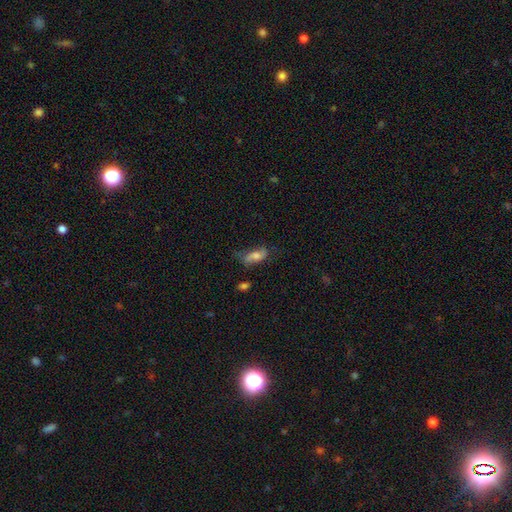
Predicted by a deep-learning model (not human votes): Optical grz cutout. It shows a smooth galaxy with no disk features (49%). Merging: none (52%).